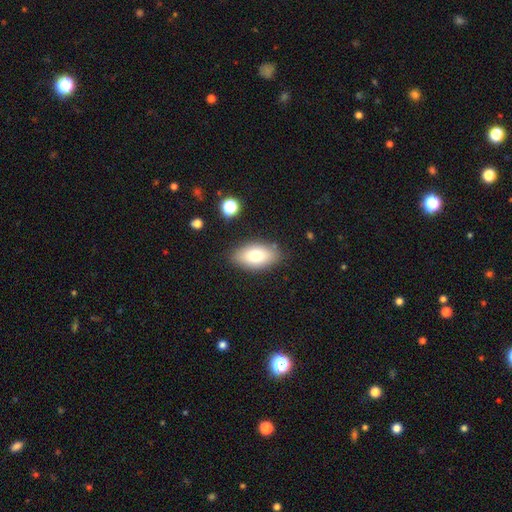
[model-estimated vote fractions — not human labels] smooth_or_featured: smooth (p=0.77) [alt: featured or disk p=0.15]
how_rounded: in between (p=0.92) [alt: round p=0.05]
merging: none (p=0.83) [alt: minor disturbance p=0.12]